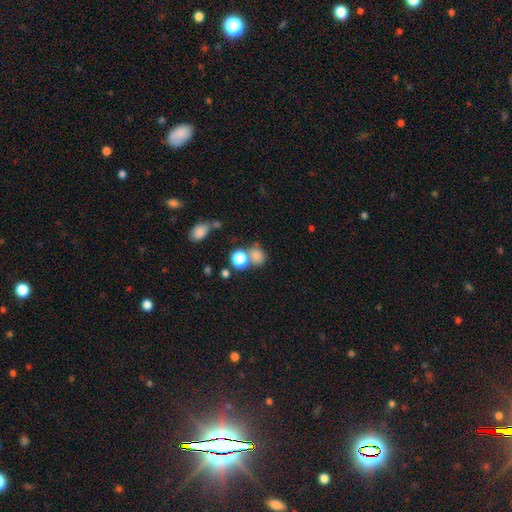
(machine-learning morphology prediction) Smooth or featured? smooth (77%)
How rounded? round (64%)
Merging? none (47%)